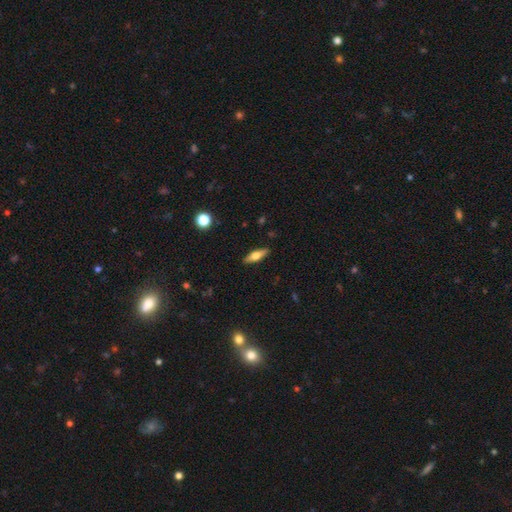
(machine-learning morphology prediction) Smooth or featured? Predicted: smooth (p=0.49). Merging? Predicted: none (p=0.89).